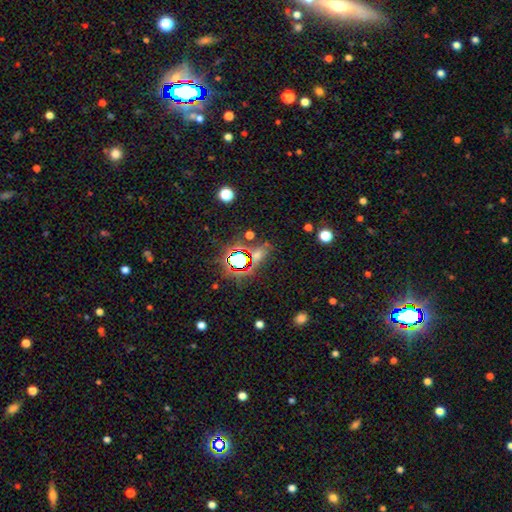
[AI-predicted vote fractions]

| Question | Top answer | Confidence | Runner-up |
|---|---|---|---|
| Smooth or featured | star or artifact | 67% | smooth (23%) |